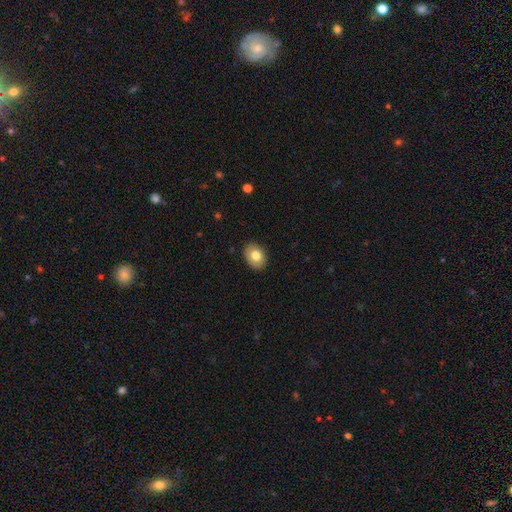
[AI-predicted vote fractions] smooth 78%, featured or disk 15%, star or artifact 7%. Down the decision tree: how rounded — in between (69%); merging — none (87%).